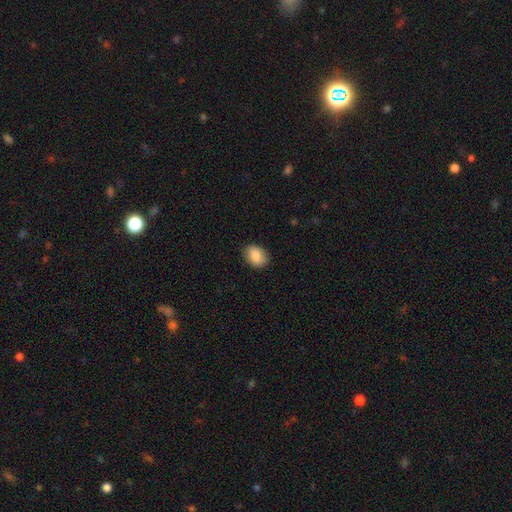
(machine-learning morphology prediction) Overall: smooth (88%). How rounded: in between (74%). Merging: none (86%).